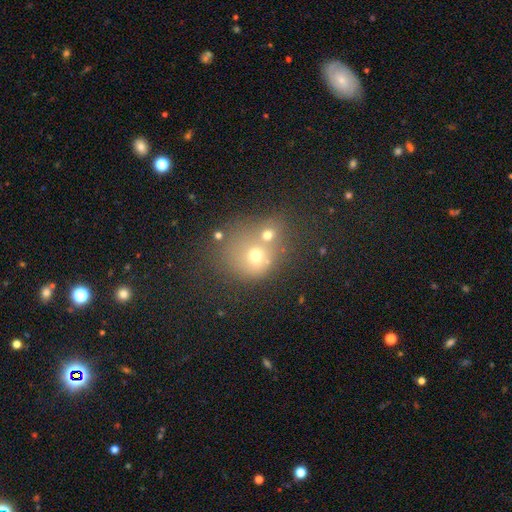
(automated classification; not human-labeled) Smooth or featured?
  - smooth: 63% *
  - featured or disk: 19%
  - star or artifact: 17%
How rounded?
  - round: 76% *
  - in between: 23%
  - cigar-shaped: 1%
Merging?
  - merger: 52% *
  - none: 32%
  - minor disturbance: 9%
  - major disturbance: 7%